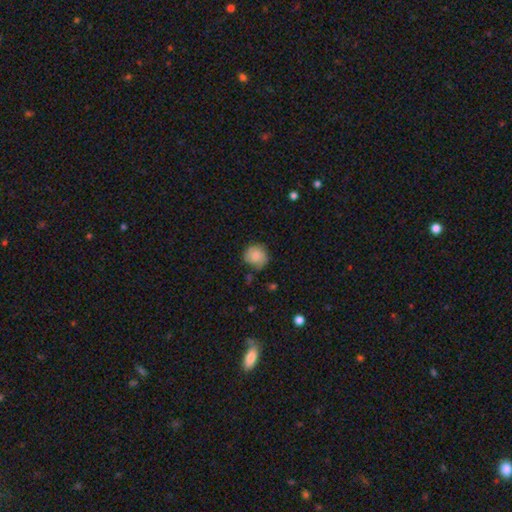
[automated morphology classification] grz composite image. It shows a smooth galaxy with no disk features (66%) that is round (87%). Merging: none (71%).